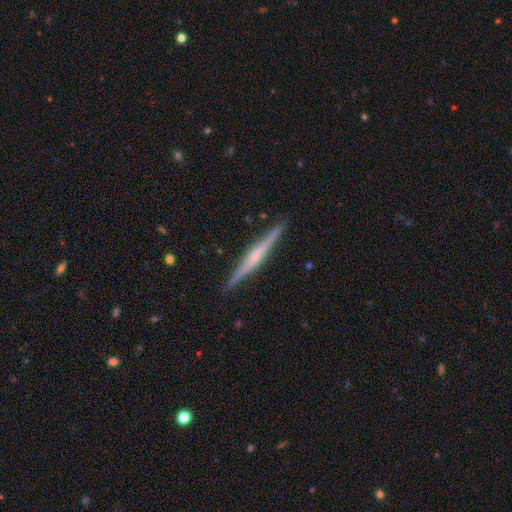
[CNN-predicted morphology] This is likely a featured or disk galaxy (75%). It is clearly viewed edge-on (98%). Edge-on bulge: possibly rounded (59%). Merging: clearly none (92%).